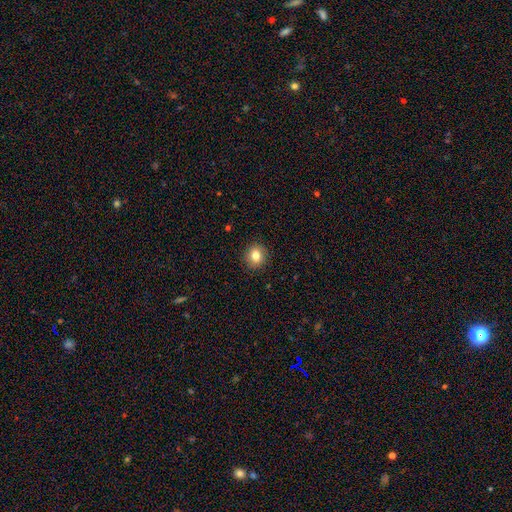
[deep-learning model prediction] smooth-or-featured: smooth: 82% | star or artifact: 10% | featured or disk: 8%
  how-rounded: round: 80% | in between: 19% | cigar-shaped: 1%
  merging: none: 90% | minor disturbance: 7% | major disturbance: 2% | merger: 1%